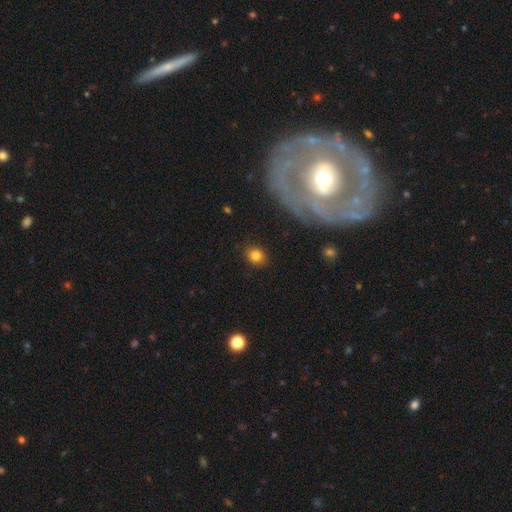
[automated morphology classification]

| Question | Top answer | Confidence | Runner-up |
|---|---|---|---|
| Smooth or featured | smooth | 83% | star or artifact (10%) |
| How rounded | round | 74% | in between (25%) |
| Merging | none | 88% | minor disturbance (8%) |